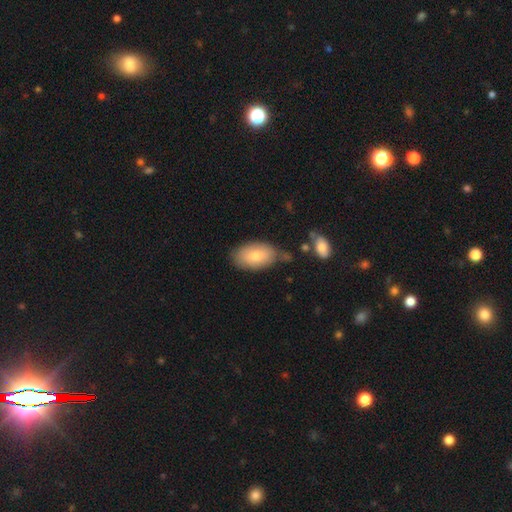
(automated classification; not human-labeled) smooth_or_featured: smooth (p=0.76) [alt: featured or disk p=0.18]
how_rounded: in between (p=0.93) [alt: round p=0.05]
merging: none (p=0.68) [alt: minor disturbance p=0.20]